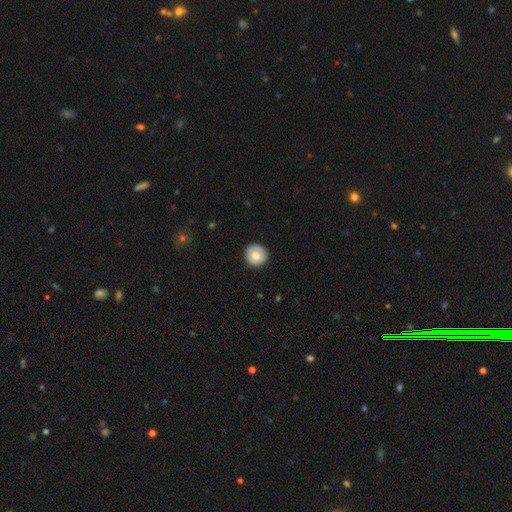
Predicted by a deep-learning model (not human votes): A smooth galaxy with no disk features (72%) that is round (92%). Merging: none (87%).